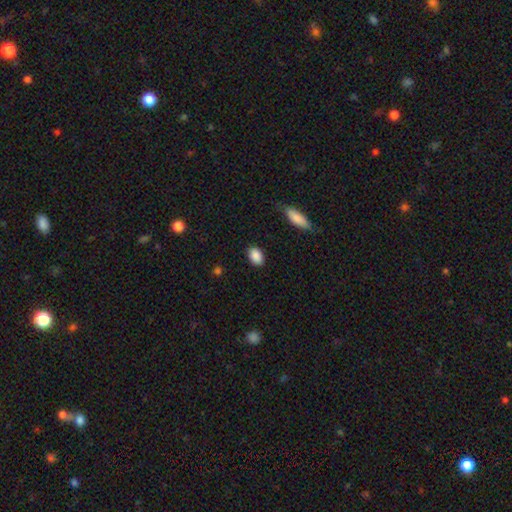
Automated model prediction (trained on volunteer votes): smooth_or_featured: smooth (p=0.89) [alt: star or artifact p=0.07]
how_rounded: in between (p=0.86) [alt: round p=0.12]
merging: none (p=0.86) [alt: minor disturbance p=0.10]